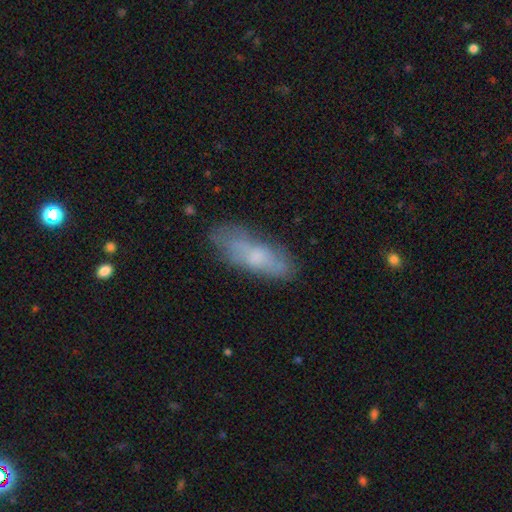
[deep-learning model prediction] Smooth or featured? smooth (59%)
How rounded? in between (58%)
Merging? none (66%)